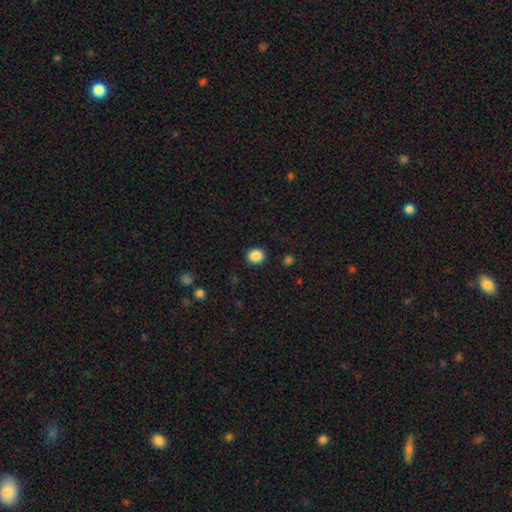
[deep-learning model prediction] smooth_or_featured: smooth (p=0.88) [alt: star or artifact p=0.09]
how_rounded: round (p=0.70) [alt: in between p=0.29]
merging: none (p=0.90) [alt: minor disturbance p=0.06]